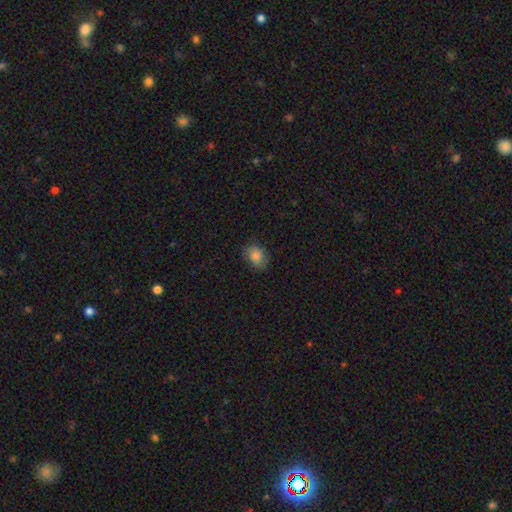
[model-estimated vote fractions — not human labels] Smooth or featured? Predicted: smooth (p=0.83). How rounded? Predicted: in between (p=0.64). Merging? Predicted: none (p=0.74).